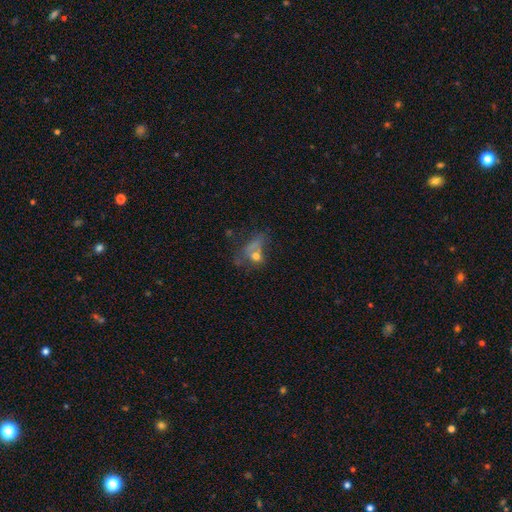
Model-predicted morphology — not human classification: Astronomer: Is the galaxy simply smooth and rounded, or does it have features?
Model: smooth — 59%.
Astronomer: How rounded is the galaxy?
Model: in between — 50% (runner-up: round, 46%).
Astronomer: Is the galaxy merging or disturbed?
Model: major disturbance — 29%, tied with merger at 29%.